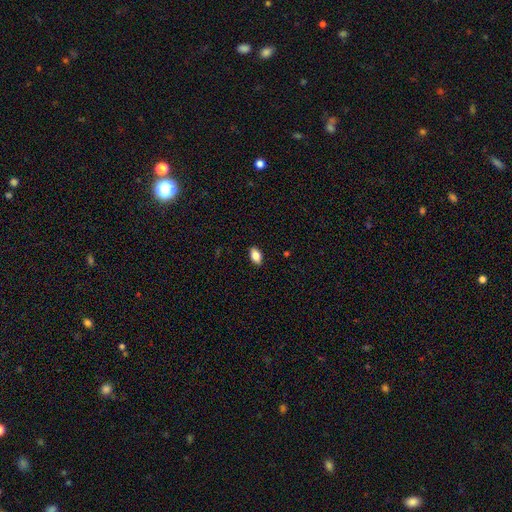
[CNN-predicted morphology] smooth-or-featured: smooth: 84% | featured or disk: 9% | star or artifact: 8%
  how-rounded: in between: 91% | round: 6% | cigar-shaped: 3%
  merging: none: 88% | minor disturbance: 9% | major disturbance: 2% | merger: 1%